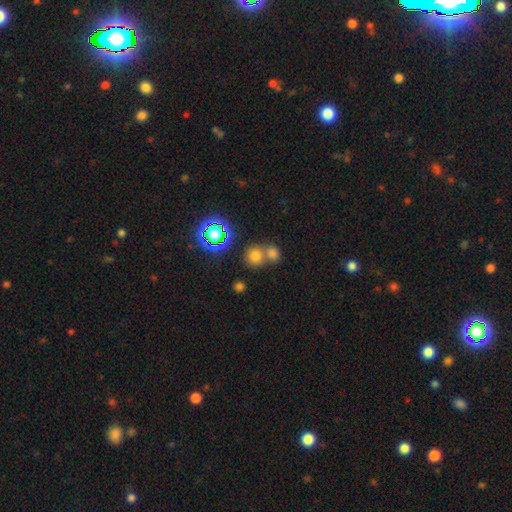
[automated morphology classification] smooth_or_featured: smooth (p=0.71) [alt: star or artifact p=0.21]
how_rounded: round (p=0.81) [alt: in between p=0.18]
merging: merger (p=0.47) [alt: none p=0.44]